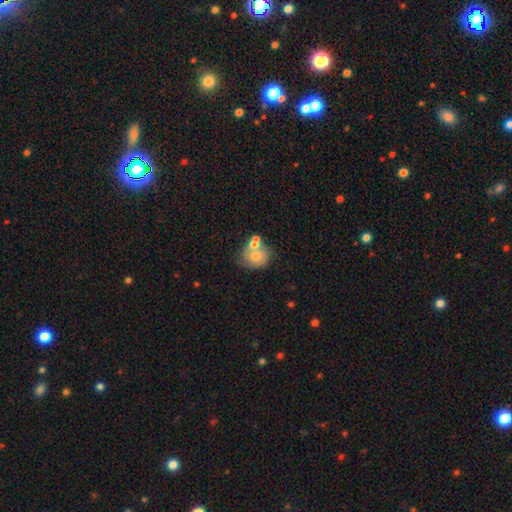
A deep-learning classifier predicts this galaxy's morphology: Smooth or featured: smooth — 55% (featured or disk — 37%)
How rounded: round — 59% (in between — 40%)
Merging: merger — 46% (none — 31%)